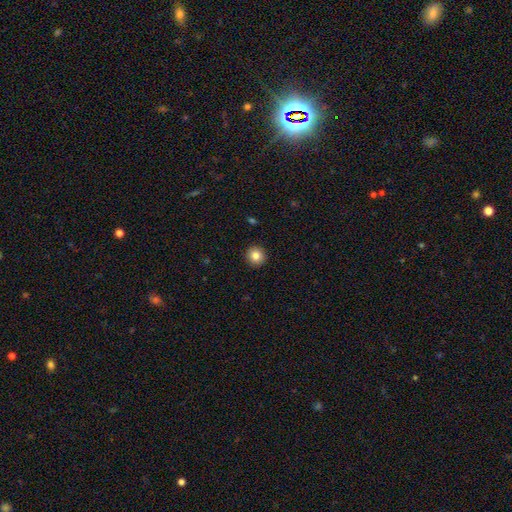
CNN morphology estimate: smooth 84%, star or artifact 9%, featured or disk 7%. Down the decision tree: how rounded — round (94%); merging — none (93%).